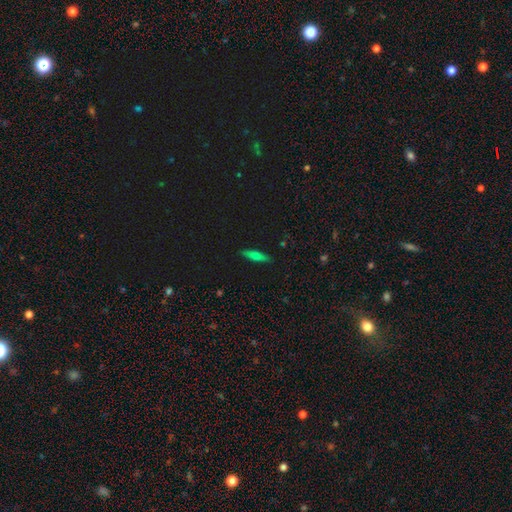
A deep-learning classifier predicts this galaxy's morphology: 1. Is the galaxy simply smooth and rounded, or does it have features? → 55% smooth, 35% featured or disk, 9% star or artifact.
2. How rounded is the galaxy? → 65% cigar-shaped, 32% in between, 3% round.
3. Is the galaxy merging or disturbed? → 89% none, 8% minor disturbance, 2% major disturbance, 1% merger.